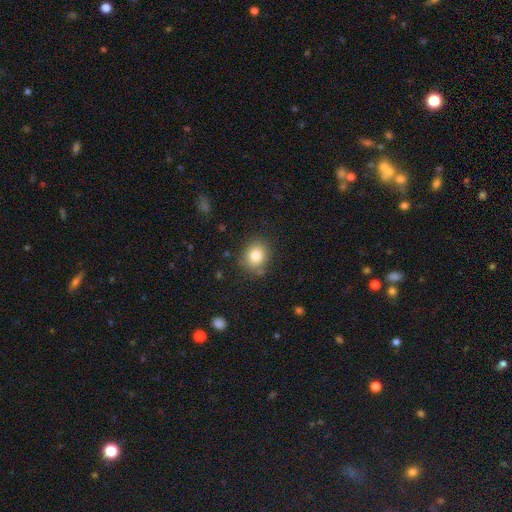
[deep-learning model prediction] This appears to be a smooth galaxy with no disk features (81%) that is round (64%). Merging: none (83%).